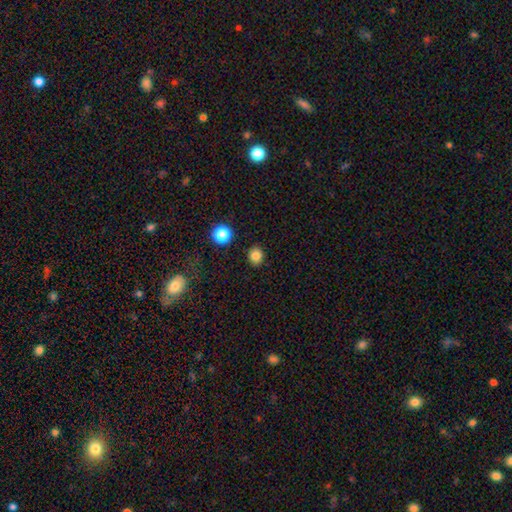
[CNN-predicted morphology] smooth-or-featured: smooth: 82% | star or artifact: 13% | featured or disk: 5%
  how-rounded: round: 71% | in between: 28% | cigar-shaped: 1%
  merging: none: 88% | minor disturbance: 8% | major disturbance: 2% | merger: 2%